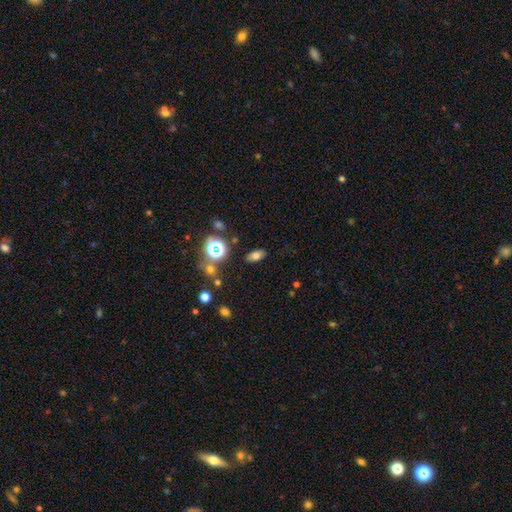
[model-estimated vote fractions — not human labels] This appears to be a smooth galaxy with no disk features (69%) that is in between round and cigar-shaped (83%). Merging: none (86%).